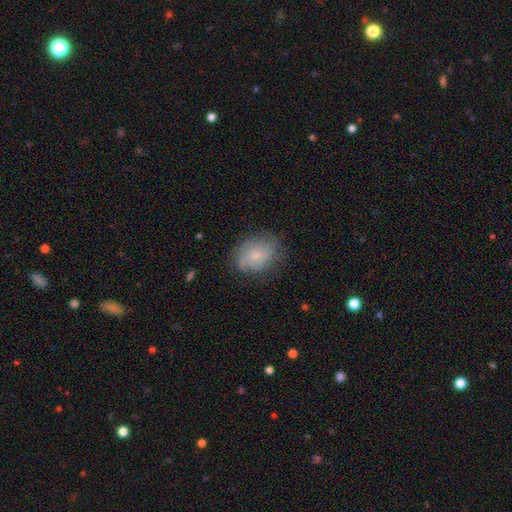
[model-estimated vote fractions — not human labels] Overall: smooth (58%; featured or disk 33%). How rounded: in between (62%; round 37%). Merging: none (69%).